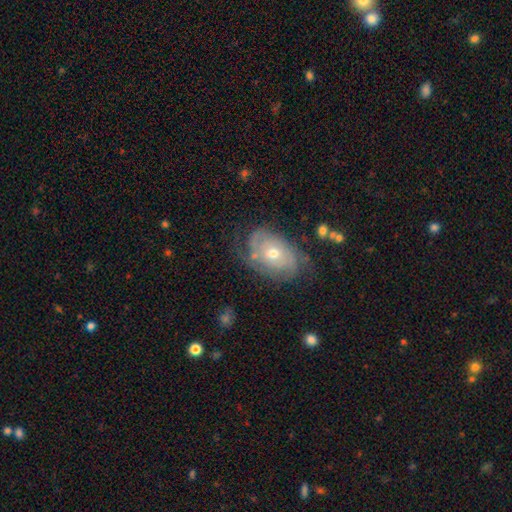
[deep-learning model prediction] smooth-or-featured: featured or disk: 74% | smooth: 18% | star or artifact: 7%
  disk-edge-on: no: 95% | yes: 5%
    bar: no: 82% | weak: 15% | strong: 3%
    has-spiral-arms: yes: 86% | no: 14%
      spiral-winding: tight: 59% | medium: 28% | loose: 13%
      spiral-arm-count: can't tell: 39% | 2: 31% | 3: 14% | 1: 6% | 4: 5% | more than 4: 4%
    bulge-size: moderate: 56% | small: 40% | large: 2% | none: 1% | dominant: 1%
  merging: none: 65% | minor disturbance: 22% | major disturbance: 11% | merger: 2%